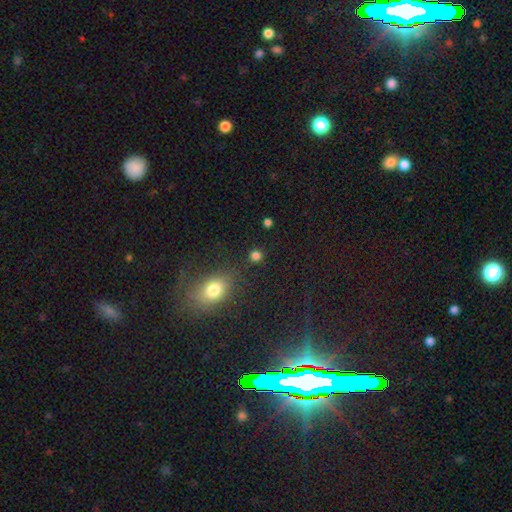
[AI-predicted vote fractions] smooth 80%, star or artifact 16%, featured or disk 4%. Down the decision tree: how rounded — round (87%); merging — none (85%).